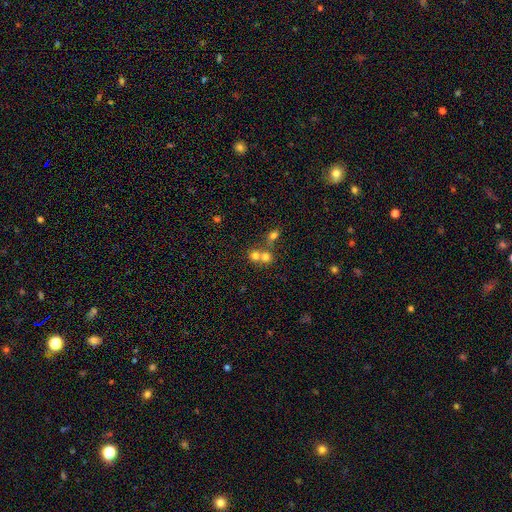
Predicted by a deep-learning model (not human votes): Overall: smooth (71%). How rounded: round (83%). Merging: merger (55%; none 37%).